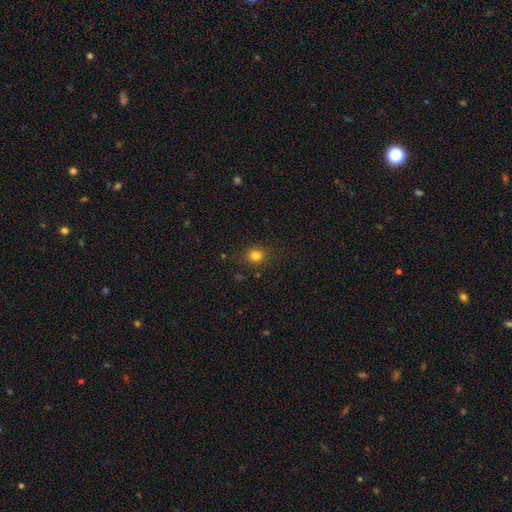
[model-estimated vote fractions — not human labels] smooth-or-featured: smooth: 81% | star or artifact: 14% | featured or disk: 6%
  how-rounded: round: 79% | in between: 20% | cigar-shaped: 1%
  merging: none: 84% | minor disturbance: 11% | major disturbance: 3% | merger: 2%